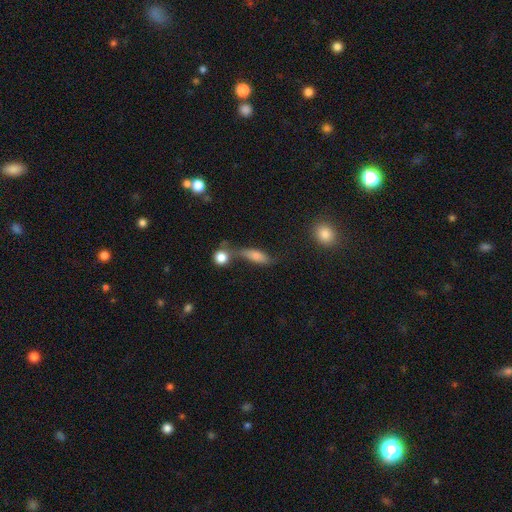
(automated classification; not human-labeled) The model was most divided on "merging": none: 42%, merger: 23%, minor disturbance: 22%, major disturbance: 14%. More confident: smooth or featured — smooth (64%); how rounded — in between (56%).